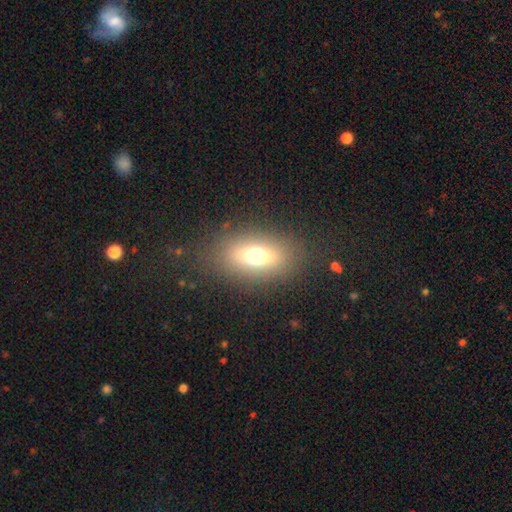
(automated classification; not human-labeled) smooth-or-featured: smooth: 54% | featured or disk: 31% | star or artifact: 14%
  how-rounded: in between: 72% | round: 15% | cigar-shaped: 13%
  merging: none: 83% | minor disturbance: 10% | major disturbance: 6% | merger: 1%